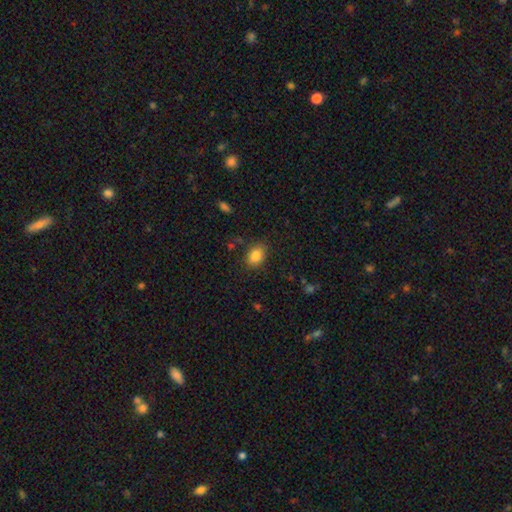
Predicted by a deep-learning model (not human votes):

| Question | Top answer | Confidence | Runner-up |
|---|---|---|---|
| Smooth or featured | smooth | 84% | star or artifact (9%) |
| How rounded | in between | 73% | round (26%) |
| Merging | none | 83% | minor disturbance (12%) |